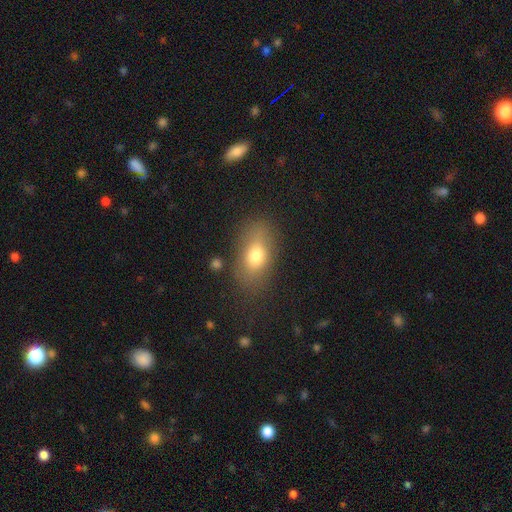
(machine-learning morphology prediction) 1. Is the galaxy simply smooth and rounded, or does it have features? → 74% smooth, 16% featured or disk, 10% star or artifact.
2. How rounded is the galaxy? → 84% in between, 11% round, 5% cigar-shaped.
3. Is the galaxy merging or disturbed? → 72% none, 17% minor disturbance, 8% major disturbance, 3% merger.